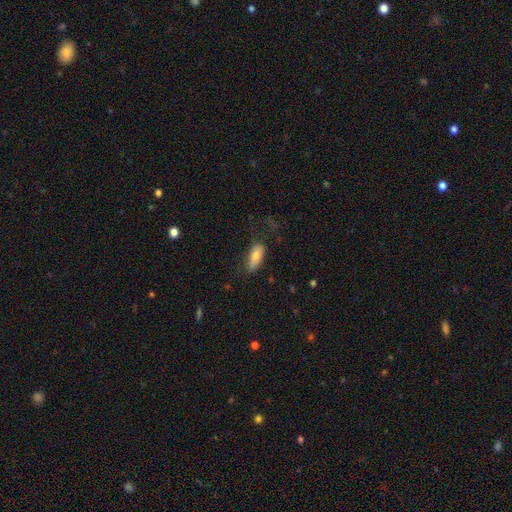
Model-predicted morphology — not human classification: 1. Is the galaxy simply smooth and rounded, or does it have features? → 78% smooth, 15% featured or disk, 7% star or artifact.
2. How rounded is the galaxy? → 76% in between, 21% cigar-shaped, 2% round.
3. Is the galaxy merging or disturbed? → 65% none, 24% minor disturbance, 9% major disturbance, 2% merger.